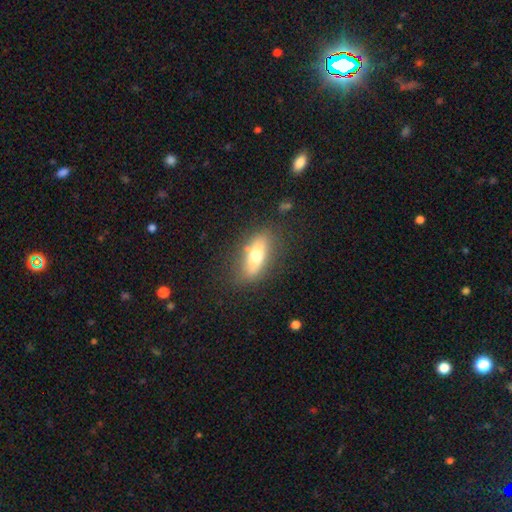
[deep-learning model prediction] Smooth or featured?
  - smooth: 63% *
  - featured or disk: 29%
  - star or artifact: 7%
How rounded?
  - in between: 69% *
  - cigar-shaped: 27%
  - round: 4%
Merging?
  - none: 78% *
  - minor disturbance: 15%
  - major disturbance: 5%
  - merger: 2%